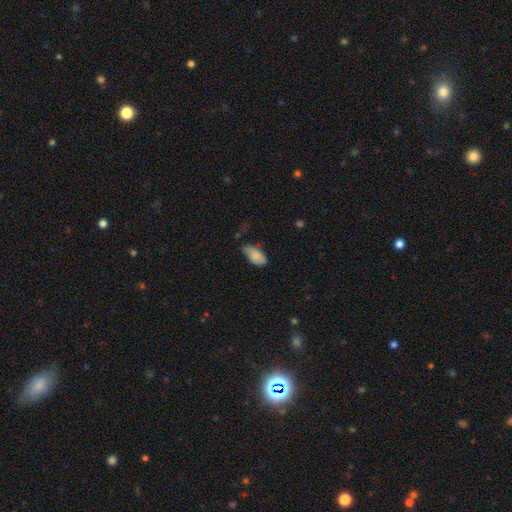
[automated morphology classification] smooth_or_featured: smooth (p=0.83) [alt: featured or disk p=0.10]
how_rounded: in between (p=0.93) [alt: cigar-shaped p=0.04]
merging: none (p=0.49) [alt: minor disturbance p=0.39]